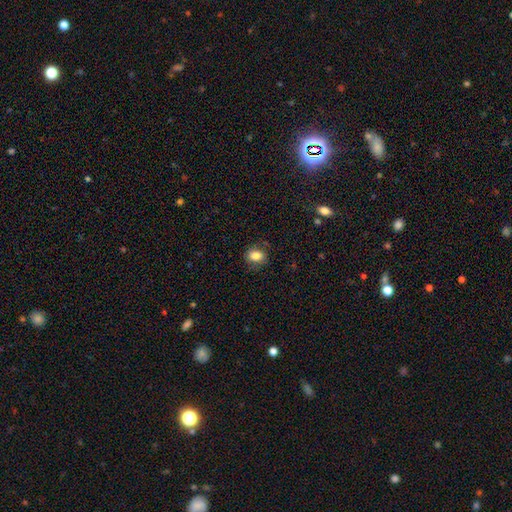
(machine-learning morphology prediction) smooth 82%, featured or disk 10%, star or artifact 9%. Down the decision tree: how rounded — in between (57%); merging — none (76%).